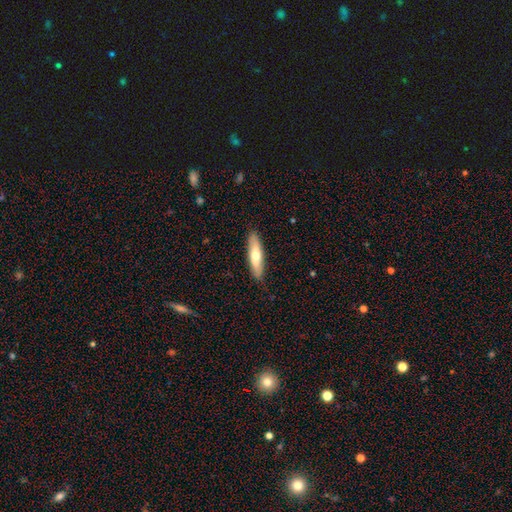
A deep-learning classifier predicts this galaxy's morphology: A smooth galaxy with no disk features (61%) that is cigar-shaped (71%). Merging: none (88%).